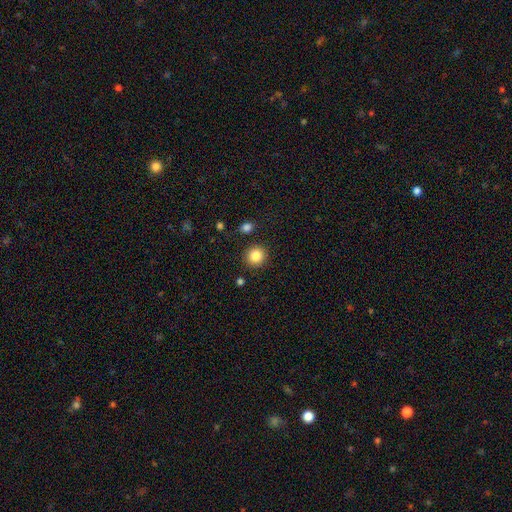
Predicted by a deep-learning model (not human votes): Morphology: type=smooth (85%); roundness=round (91%); merging=none (88%).